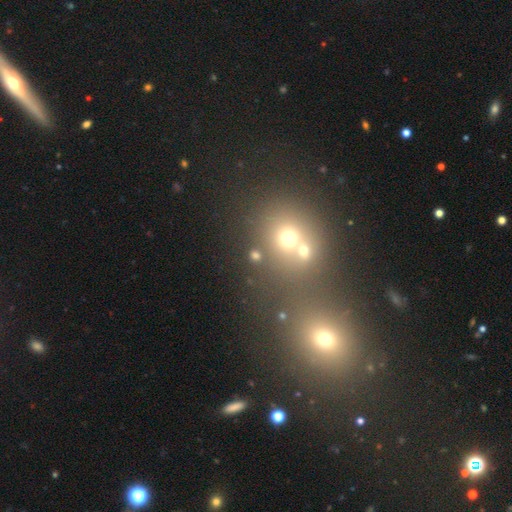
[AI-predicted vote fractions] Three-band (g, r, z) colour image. It shows a smooth galaxy with no disk features (60%) that is round (77%). Merging: none (51%).